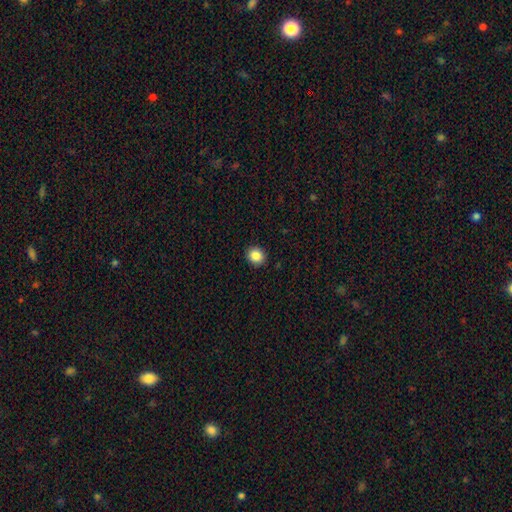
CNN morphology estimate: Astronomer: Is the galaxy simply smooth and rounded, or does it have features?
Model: smooth — 86%.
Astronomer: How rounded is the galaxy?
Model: round — 72%.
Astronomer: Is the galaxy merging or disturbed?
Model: none — 91%.